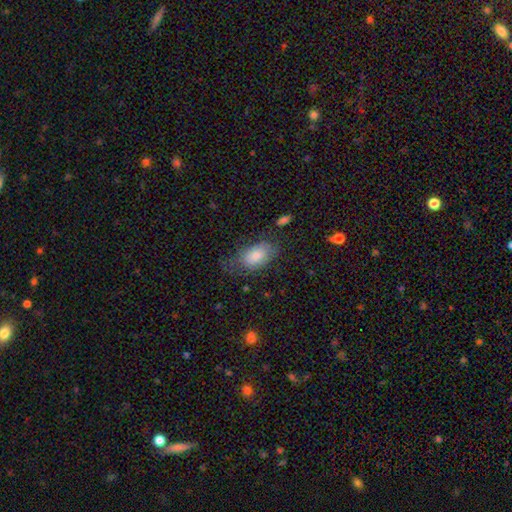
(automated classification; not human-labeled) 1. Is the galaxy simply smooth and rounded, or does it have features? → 76% smooth, 16% featured or disk, 8% star or artifact.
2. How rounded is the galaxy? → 91% in between, 7% round, 2% cigar-shaped.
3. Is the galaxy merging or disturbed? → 54% none, 29% minor disturbance, 15% major disturbance, 2% merger.